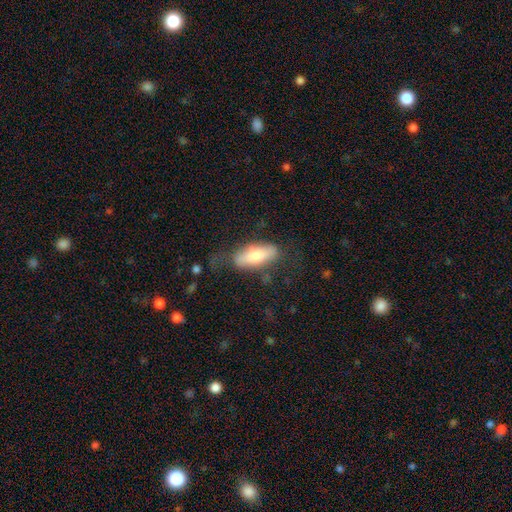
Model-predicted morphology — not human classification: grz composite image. It shows a smooth galaxy with no disk features (66%) that is in between round and cigar-shaped (72%). Merging: none (64%).